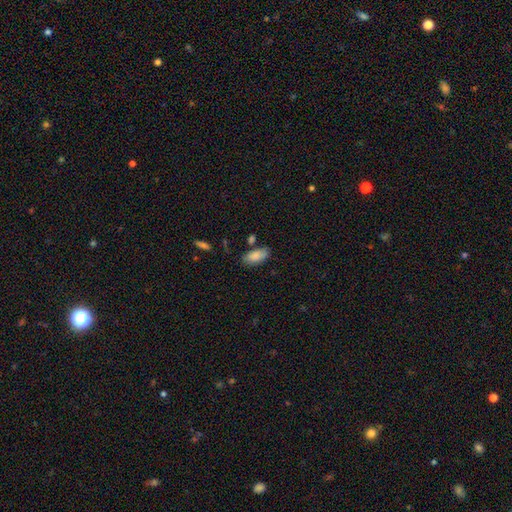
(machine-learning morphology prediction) Q: Smooth or featured?
A: smooth (85%); runner-up: featured or disk (8%)
Q: How rounded?
A: in between (89%); runner-up: cigar-shaped (9%)
Q: Merging?
A: none (74%); runner-up: minor disturbance (17%)